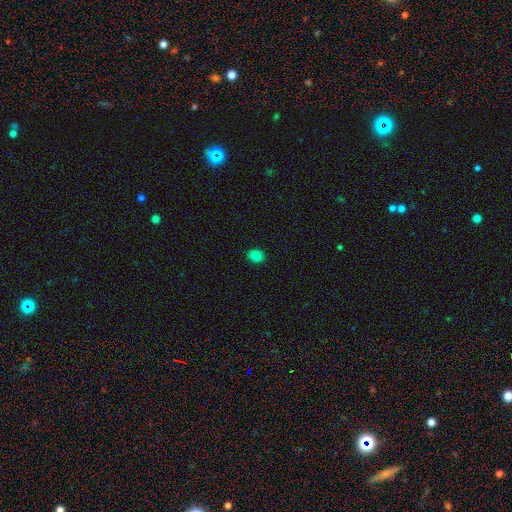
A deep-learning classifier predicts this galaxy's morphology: smooth 83%, star or artifact 12%, featured or disk 5%. Down the decision tree: how rounded — round (54%); merging — none (90%).